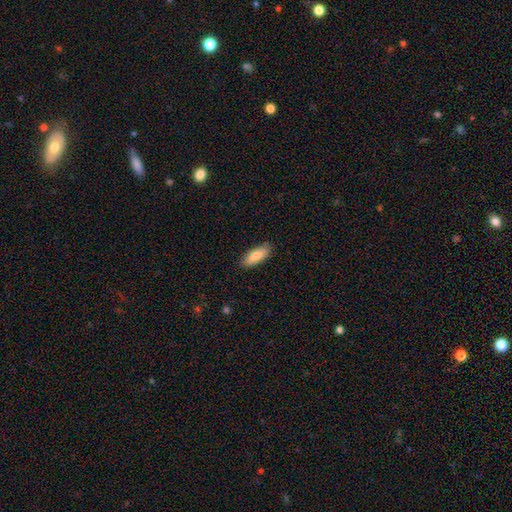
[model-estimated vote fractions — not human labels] A smooth galaxy with no disk features (82%) that is in between round and cigar-shaped (75%). Merging: none (87%).